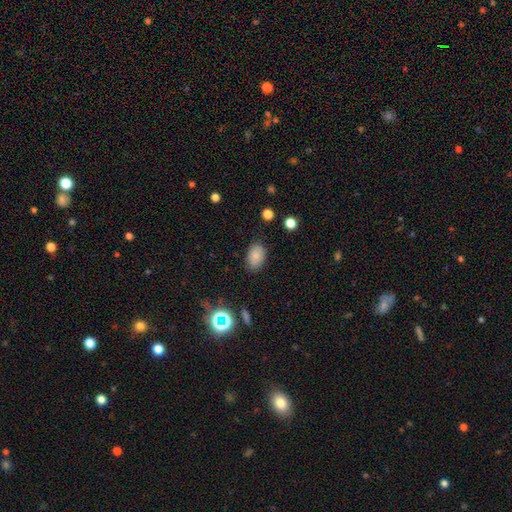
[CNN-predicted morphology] type=smooth (82%); roundness=in between (87%); merging=none (83%).